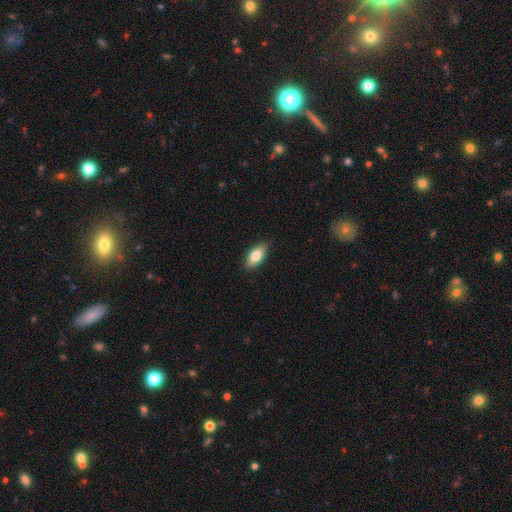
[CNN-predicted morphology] This appears to be a smooth galaxy with no disk features (78%) that is in between round and cigar-shaped (88%). Merging: none (89%).